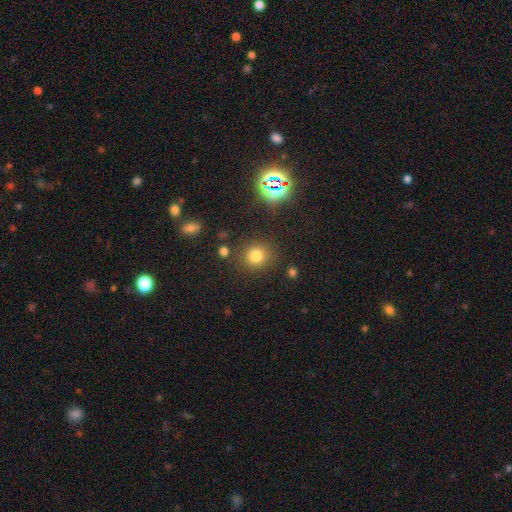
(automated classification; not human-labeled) A smooth galaxy with no disk features (75%) that is round (89%).

Vote fractions:
- Smooth or featured? smooth: 75% / star or artifact: 19% / featured or disk: 6%
- How rounded? round: 89% / in between: 10% / cigar-shaped: 1%
- Merging? none: 86% / minor disturbance: 8% / major disturbance: 3% / merger: 3%